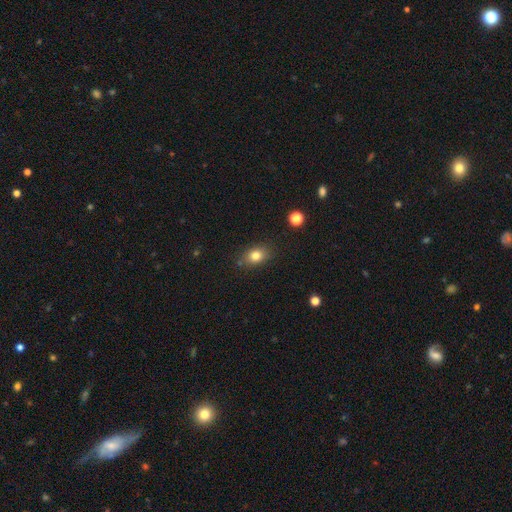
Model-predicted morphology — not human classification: Smooth or featured: smooth — 80% (star or artifact — 11%)
How rounded: in between — 68% (round — 31%)
Merging: none — 79% (minor disturbance — 15%)